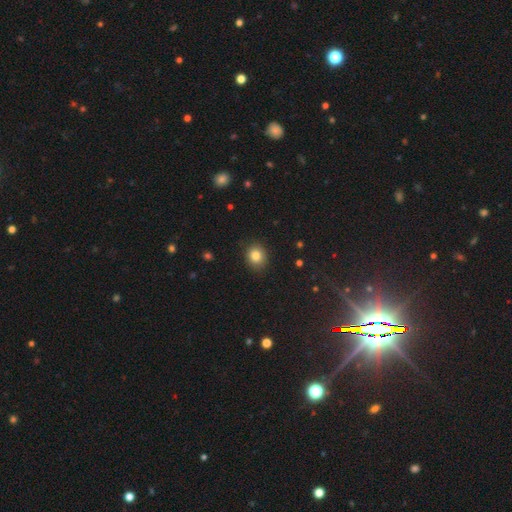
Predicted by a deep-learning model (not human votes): A smooth galaxy with no disk features (83%) that is round (69%).

Vote fractions:
- Smooth or featured? smooth: 83% / star or artifact: 11% / featured or disk: 6%
- How rounded? round: 69% / in between: 30% / cigar-shaped: 1%
- Merging? none: 87% / minor disturbance: 9% / major disturbance: 2% / merger: 1%